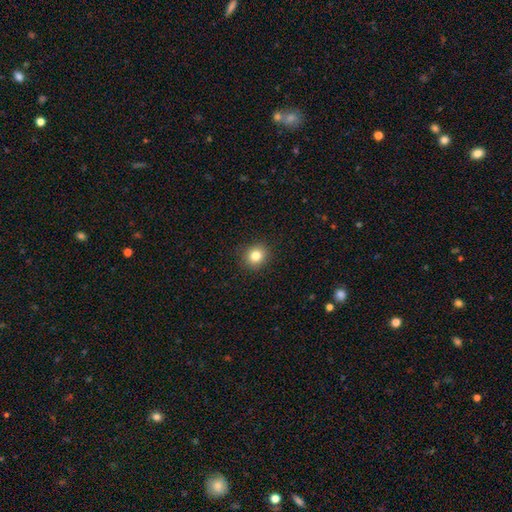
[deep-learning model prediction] Smooth or featured: smooth — 81% (star or artifact — 12%)
How rounded: round — 85% (in between — 15%)
Merging: none — 91% (minor disturbance — 6%)